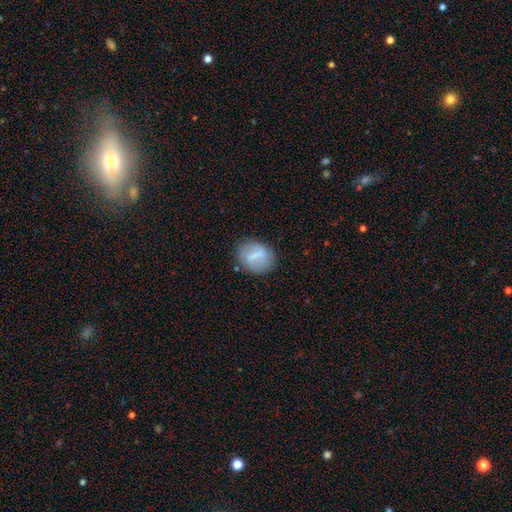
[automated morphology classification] This appears to be a smooth galaxy with no disk features (55%) that is in between round and cigar-shaped (53%). Merging: none (75%).